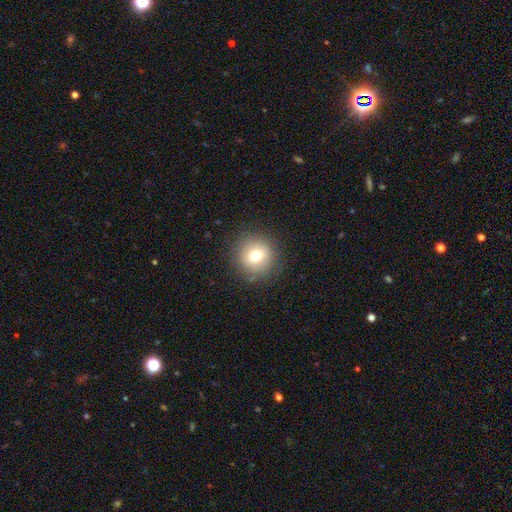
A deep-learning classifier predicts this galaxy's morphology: Smooth or featured? smooth (74%)
How rounded? round (90%)
Merging? none (86%)